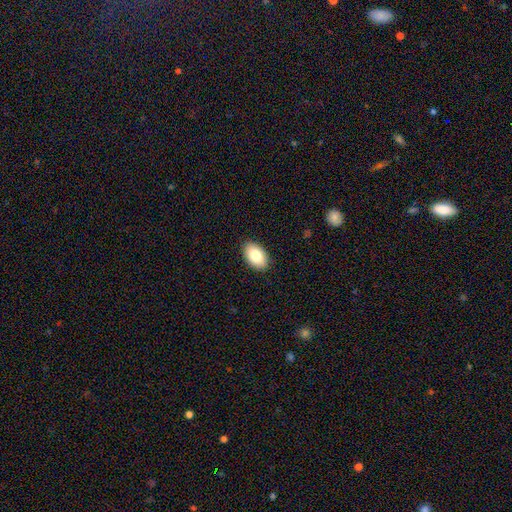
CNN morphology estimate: Smooth or featured: smooth — 82% (featured or disk — 11%)
How rounded: in between — 92% (round — 6%)
Merging: none — 89% (minor disturbance — 8%)